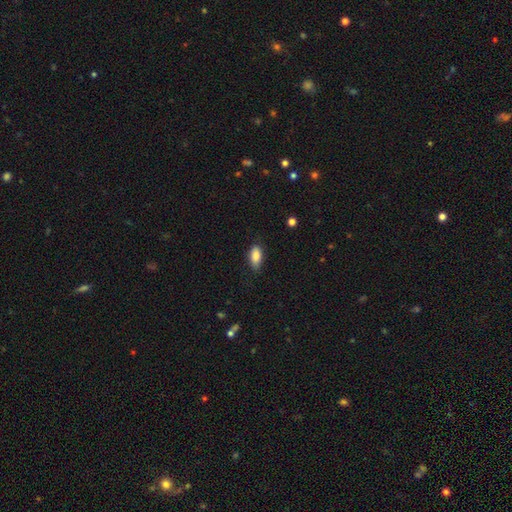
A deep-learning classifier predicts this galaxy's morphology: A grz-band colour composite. It shows a smooth galaxy with no disk features (84%) that is in between round and cigar-shaped (88%). Merging: none (75%).